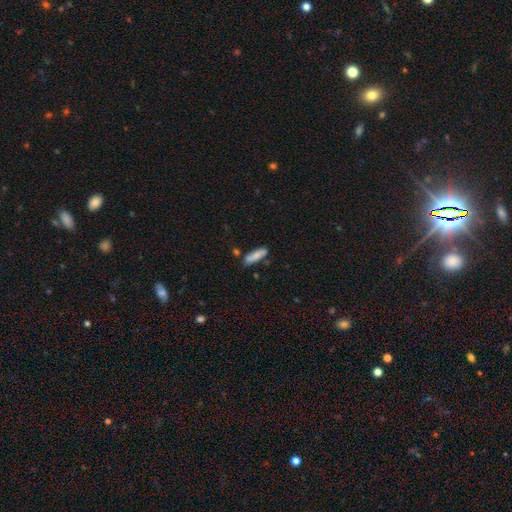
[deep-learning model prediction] Smooth or featured: smooth — 79% (featured or disk — 14%)
How rounded: cigar-shaped — 64% (in between — 34%)
Merging: none — 74% (minor disturbance — 15%)